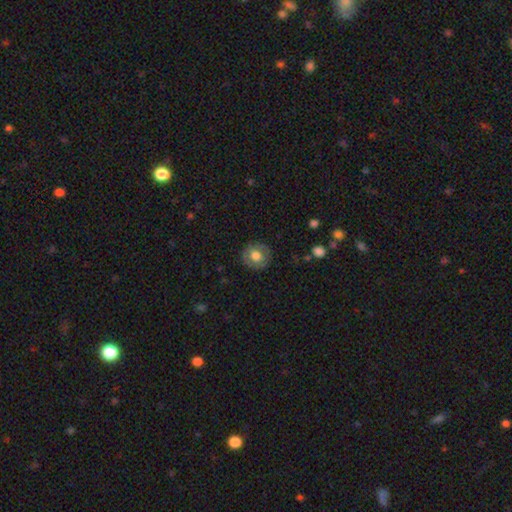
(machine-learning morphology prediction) The model was most divided on "smooth or featured": smooth: 62%, featured or disk: 30%, star or artifact: 8%. More confident: how rounded — round (86%); merging — none (83%).